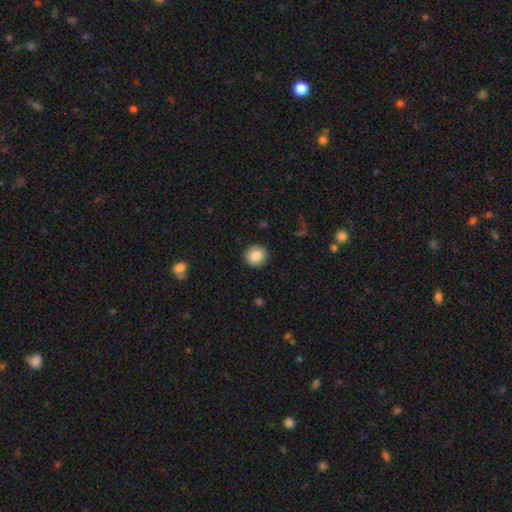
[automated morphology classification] smooth_or_featured: smooth (p=0.87) [alt: star or artifact p=0.08]
how_rounded: round (p=0.92) [alt: in between p=0.07]
merging: none (p=0.91) [alt: minor disturbance p=0.06]